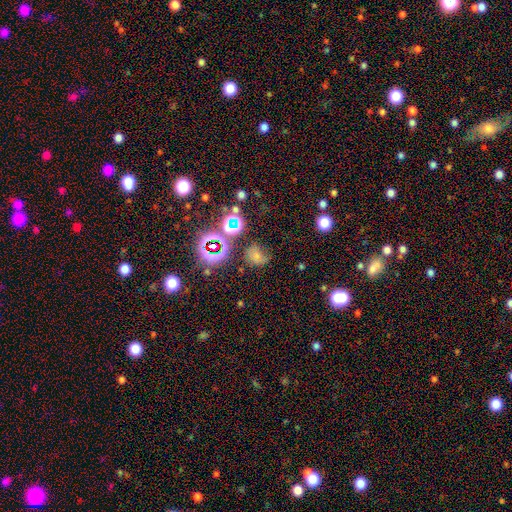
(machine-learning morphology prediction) smooth 49%, star or artifact 36%, featured or disk 15%. Down the decision tree: merging — none (55%).